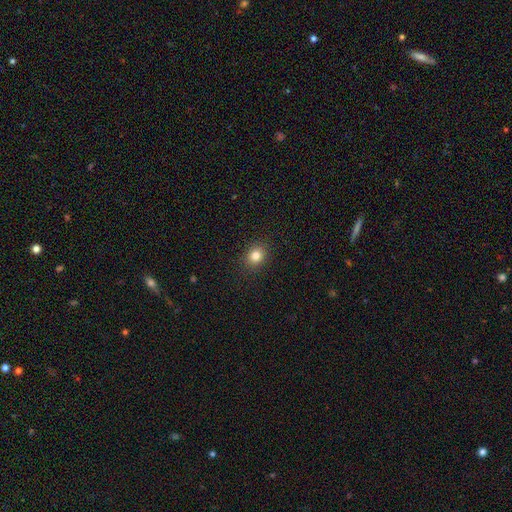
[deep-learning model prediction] Smooth or featured? Predicted: smooth (p=0.82). How rounded? Predicted: round (p=0.64). Merging? Predicted: none (p=0.89).